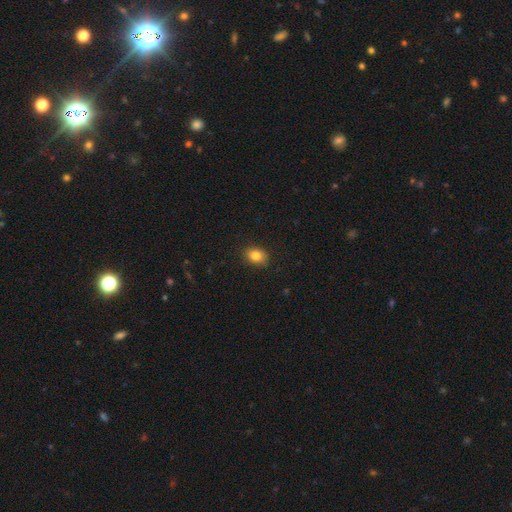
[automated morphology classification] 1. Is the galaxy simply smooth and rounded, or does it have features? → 84% smooth, 10% star or artifact, 7% featured or disk.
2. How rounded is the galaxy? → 64% in between, 35% round, 1% cigar-shaped.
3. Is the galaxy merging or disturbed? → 86% none, 11% minor disturbance, 2% major disturbance, 1% merger.